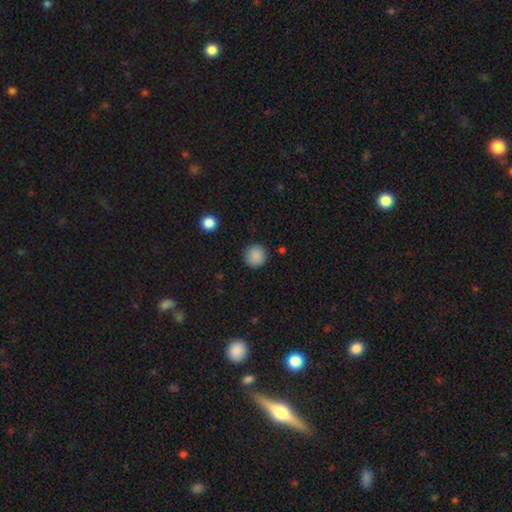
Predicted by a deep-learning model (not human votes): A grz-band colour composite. It shows a smooth galaxy with no disk features (88%) that is round (95%). Merging: none (89%).